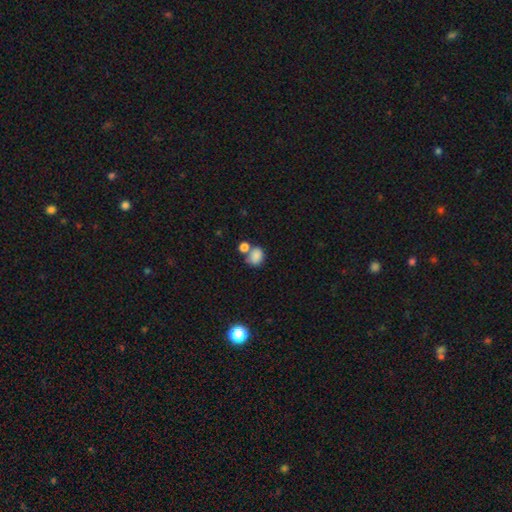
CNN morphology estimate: This appears to be a smooth galaxy with no disk features (82%) that is in between round and cigar-shaped (54%). Merging: none (41%).